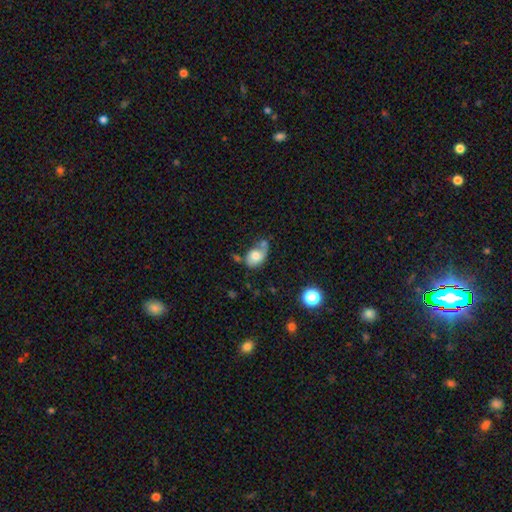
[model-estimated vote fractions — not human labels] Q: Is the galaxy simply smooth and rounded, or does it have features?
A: smooth — 73%.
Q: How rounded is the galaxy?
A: in between — 75%.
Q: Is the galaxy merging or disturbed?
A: none — 34%.